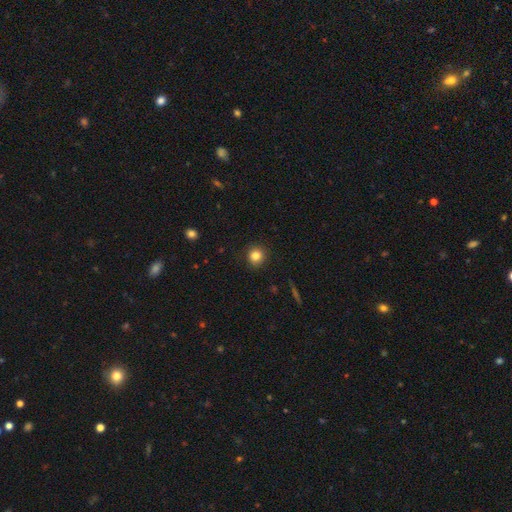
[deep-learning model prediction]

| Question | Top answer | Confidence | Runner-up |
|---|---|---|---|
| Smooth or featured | smooth | 82% | star or artifact (12%) |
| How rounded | round | 91% | in between (8%) |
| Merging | none | 91% | minor disturbance (6%) |